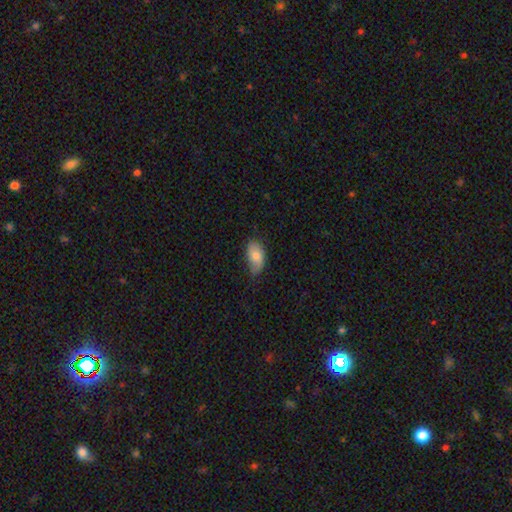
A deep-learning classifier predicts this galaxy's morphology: Smooth or featured?
  - smooth: 77% *
  - featured or disk: 16%
  - star or artifact: 7%
How rounded?
  - in between: 93% *
  - round: 5%
  - cigar-shaped: 2%
Merging?
  - none: 58% *
  - minor disturbance: 34%
  - major disturbance: 6%
  - merger: 1%